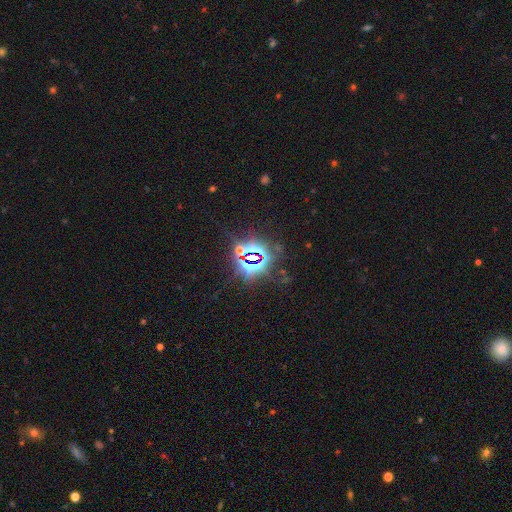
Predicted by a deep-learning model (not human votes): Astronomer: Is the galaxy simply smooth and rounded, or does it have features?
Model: star or artifact — 84%.